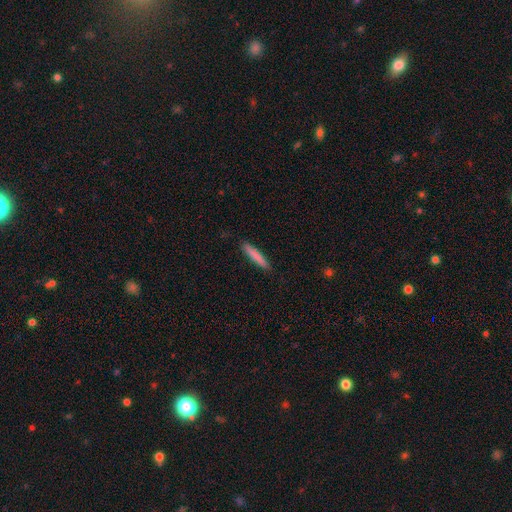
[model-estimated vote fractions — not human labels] A smooth galaxy with no disk features (82%) that is cigar-shaped (92%).

Vote fractions:
- Smooth or featured? smooth: 82% / featured or disk: 13% / star or artifact: 6%
- How rounded? cigar-shaped: 92% / in between: 7% / round: 1%
- Merging? none: 89% / minor disturbance: 8% / major disturbance: 2% / merger: 1%